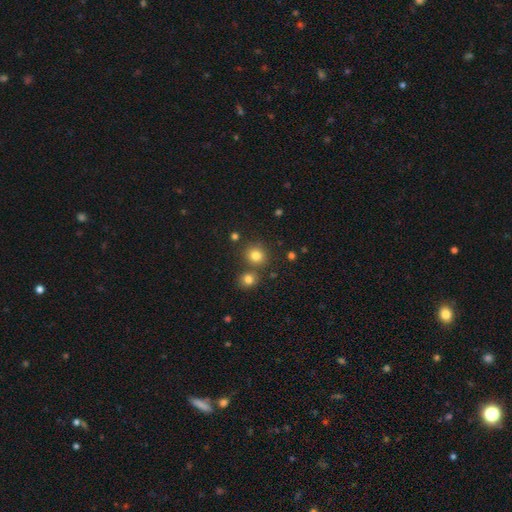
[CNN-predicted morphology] Smooth or featured: smooth — 79% (star or artifact — 14%)
How rounded: round — 81% (in between — 18%)
Merging: none — 73% (merger — 15%)